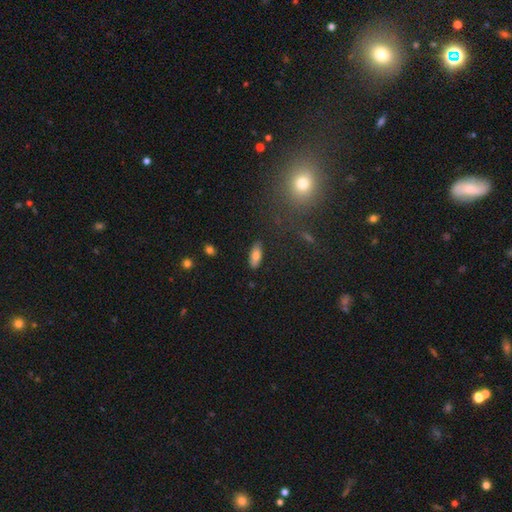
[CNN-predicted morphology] A smooth galaxy with no disk features (78%) that is in between round and cigar-shaped (80%). Merging: none (85%).